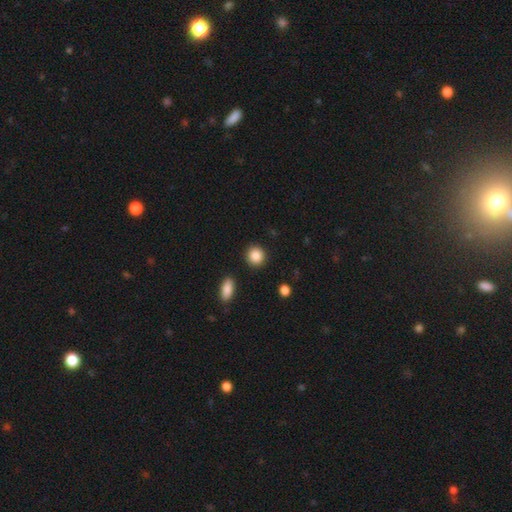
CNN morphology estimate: The model was most divided on "how rounded": round: 87%, in between: 12%, cigar-shaped: 1%. More confident: merging — none (90%); smooth or featured — smooth (89%).